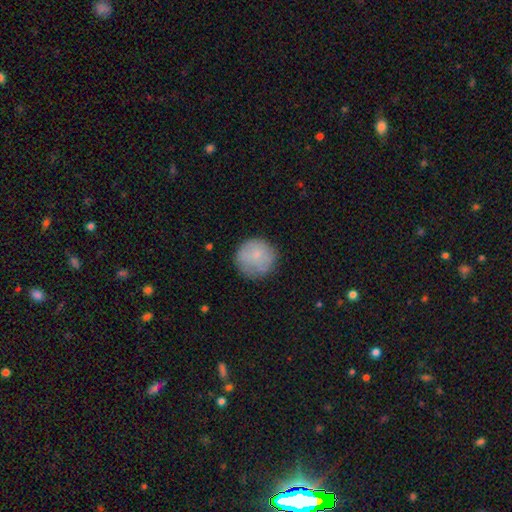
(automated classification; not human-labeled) smooth-or-featured: smooth: 76% | featured or disk: 16% | star or artifact: 8%
  how-rounded: round: 93% | in between: 6% | cigar-shaped: 1%
  merging: none: 75% | minor disturbance: 18% | major disturbance: 5% | merger: 1%